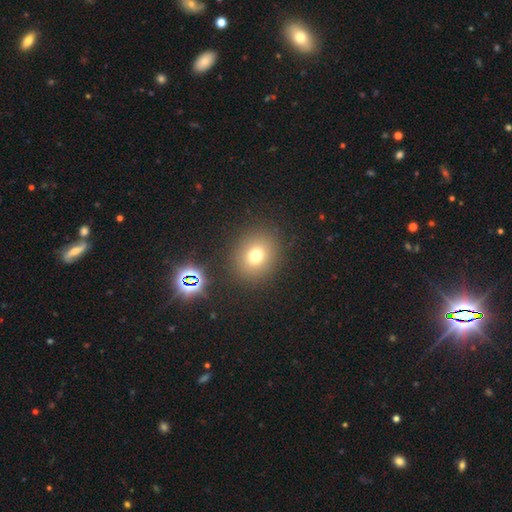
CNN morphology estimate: Smooth or featured? Predicted: smooth (p=0.72). How rounded? Predicted: round (p=0.70). Merging? Predicted: none (p=0.87).